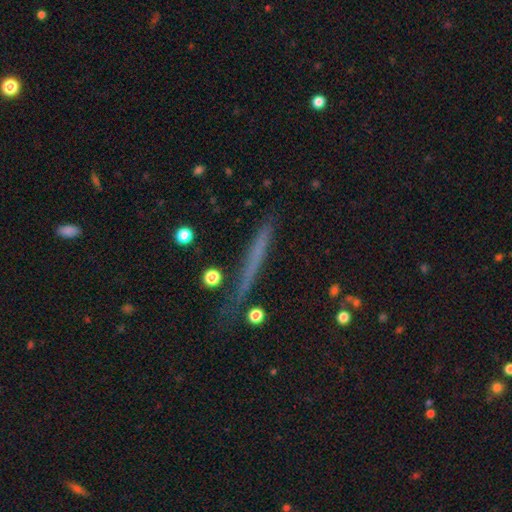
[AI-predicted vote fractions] Smooth or featured? Predicted: smooth (p=0.52). How rounded? Predicted: cigar-shaped (p=0.94). Merging? Predicted: none (p=0.79).